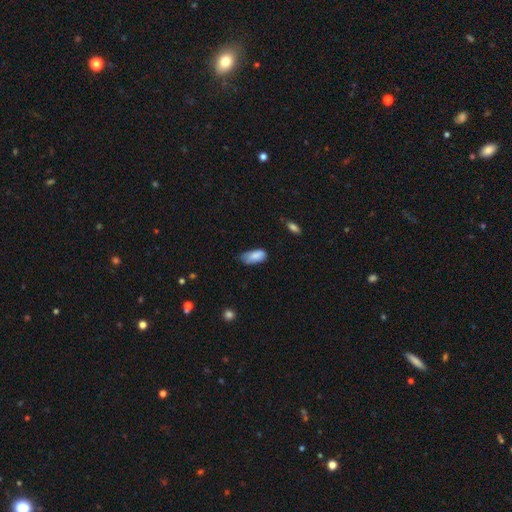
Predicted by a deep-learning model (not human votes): smooth 84%, featured or disk 9%, star or artifact 7%. Down the decision tree: how rounded — in between (90%); merging — none (45%).